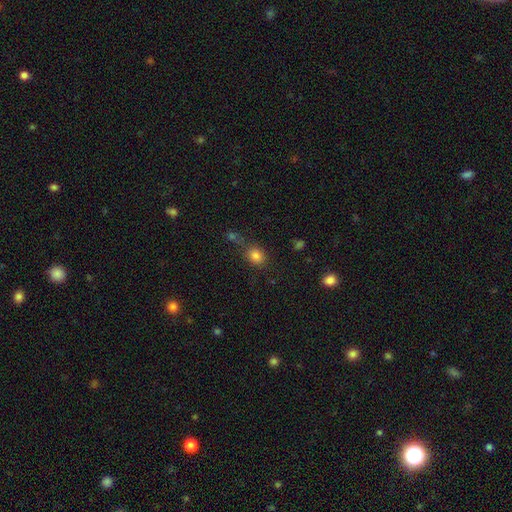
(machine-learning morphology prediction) Smooth or featured? Predicted: smooth (p=0.80). How rounded? Predicted: round (p=0.58). Merging? Predicted: none (p=0.65).